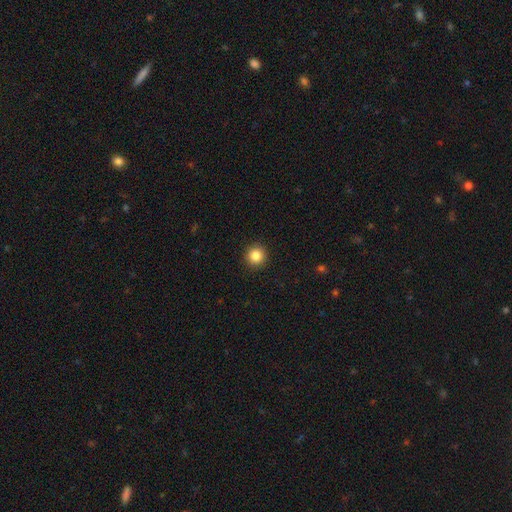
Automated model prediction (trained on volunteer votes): Smooth or featured? Predicted: smooth (p=0.84). How rounded? Predicted: round (p=0.95). Merging? Predicted: none (p=0.93).